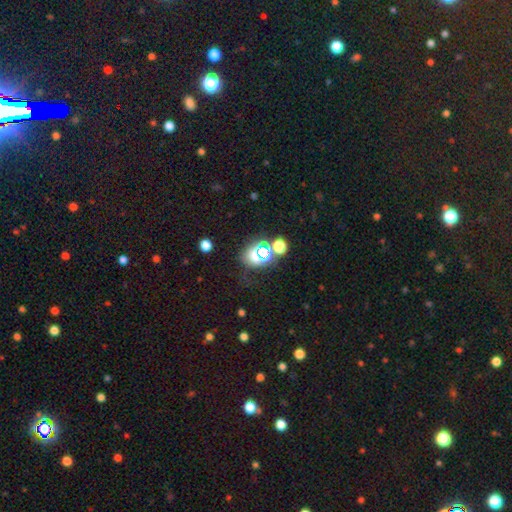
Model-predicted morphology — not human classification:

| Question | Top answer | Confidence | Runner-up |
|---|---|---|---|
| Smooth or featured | star or artifact | 47% | smooth (42%) |